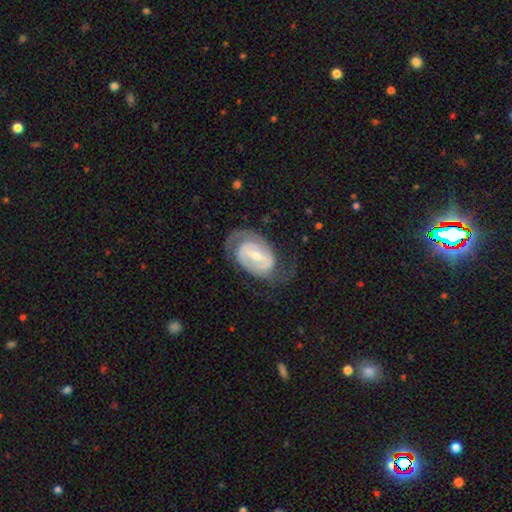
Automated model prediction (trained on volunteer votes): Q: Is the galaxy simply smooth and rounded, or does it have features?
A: featured or disk — 84%.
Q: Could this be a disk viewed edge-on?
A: no — 96%.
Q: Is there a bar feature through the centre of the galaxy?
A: weak — 45%.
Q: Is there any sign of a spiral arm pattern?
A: yes — 90%.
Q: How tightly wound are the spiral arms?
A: tight — 45%.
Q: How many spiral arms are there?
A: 2 — 75%.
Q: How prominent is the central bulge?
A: small — 49%.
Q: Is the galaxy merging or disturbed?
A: none — 63%.